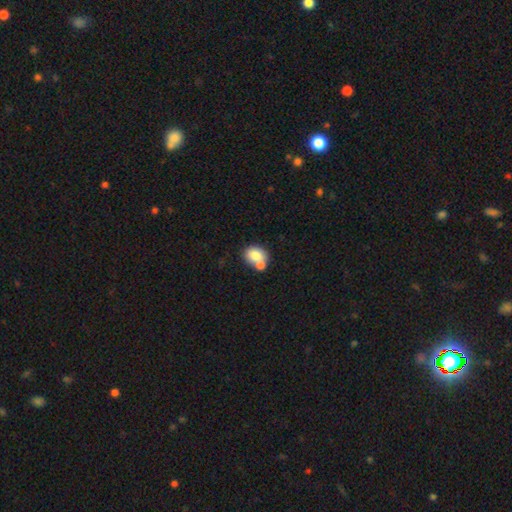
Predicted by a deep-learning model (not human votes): Overall: smooth (78%). How rounded: round (50%; in between 49%). Merging: none (45%; merger 41%).